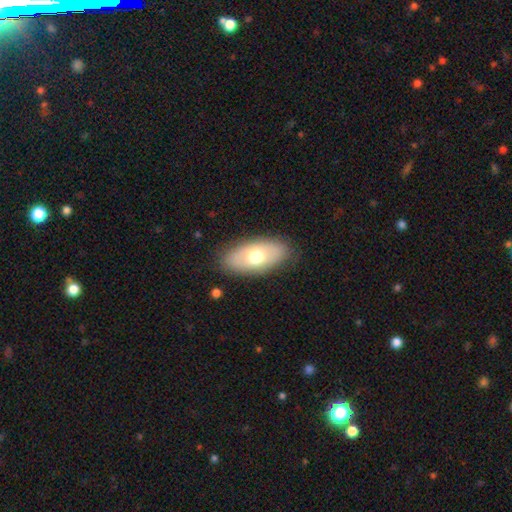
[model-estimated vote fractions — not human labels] smooth-or-featured: smooth: 62% | featured or disk: 31% | star or artifact: 7%
  how-rounded: in between: 91% | cigar-shaped: 5% | round: 5%
  merging: none: 84% | minor disturbance: 11% | major disturbance: 3% | merger: 1%